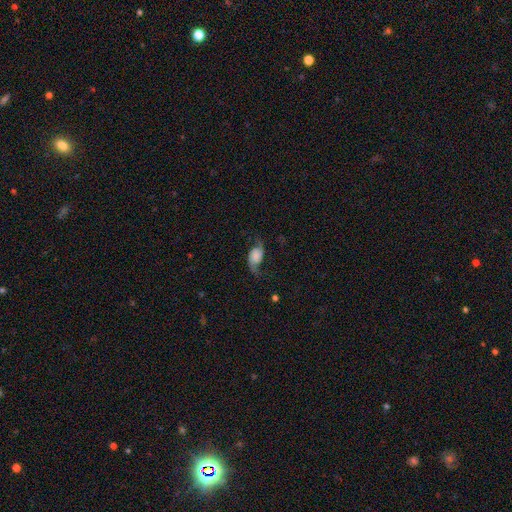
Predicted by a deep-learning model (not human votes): featured or disk 67%, smooth 23%, star or artifact 9%. Down the decision tree: edge-on disk — no (96%); bar — no (65%); spiral arms — yes (93%); spiral arm count — 2 (92%); spiral winding — loose (78%); bulge size — none (37%); merging — none (64%).